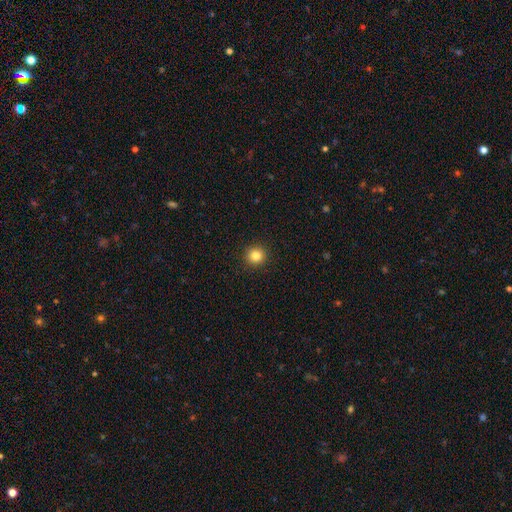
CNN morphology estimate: Overall: smooth (83%). How rounded: round (93%). Merging: none (93%).